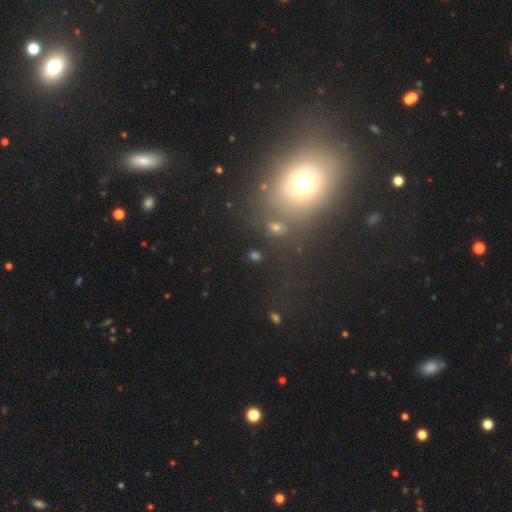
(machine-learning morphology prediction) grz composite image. It shows a smooth galaxy with no disk features (47%). Merging: none (68%).